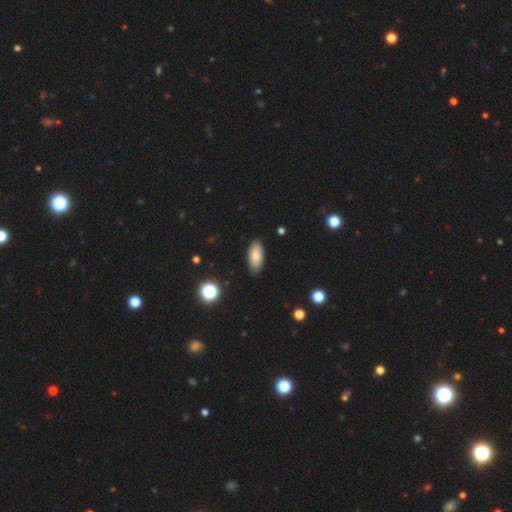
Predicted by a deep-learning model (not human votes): Smooth or featured? smooth (80%)
How rounded? in between (90%)
Merging? none (86%)